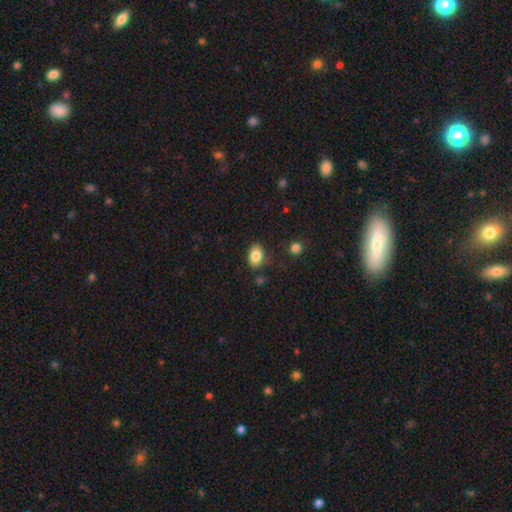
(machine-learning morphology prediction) Smooth or featured?
  - smooth: 84% *
  - star or artifact: 8%
  - featured or disk: 8%
How rounded?
  - in between: 87% *
  - round: 11%
  - cigar-shaped: 2%
Merging?
  - none: 78% *
  - minor disturbance: 16%
  - major disturbance: 4%
  - merger: 3%